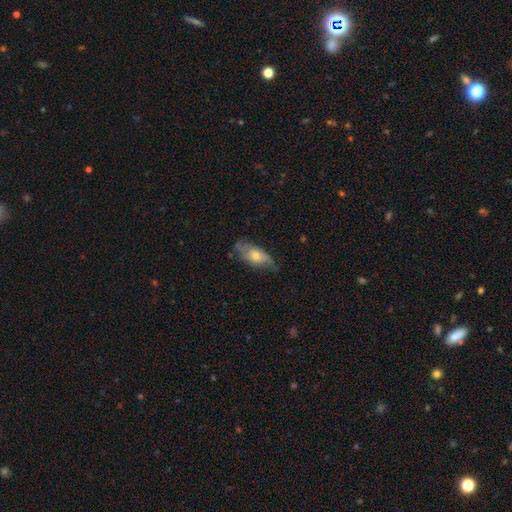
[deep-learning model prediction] smooth 54%, featured or disk 40%, star or artifact 7%. Down the decision tree: how rounded — in between (83%); merging — none (57%).